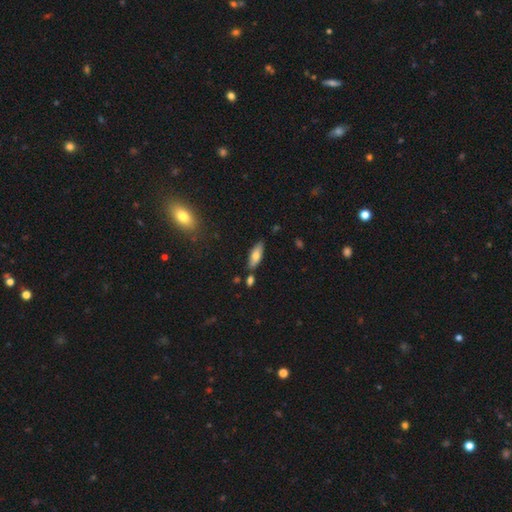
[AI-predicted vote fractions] smooth 71%, featured or disk 21%, star or artifact 7%. Down the decision tree: how rounded — in between (68%); merging — none (77%).